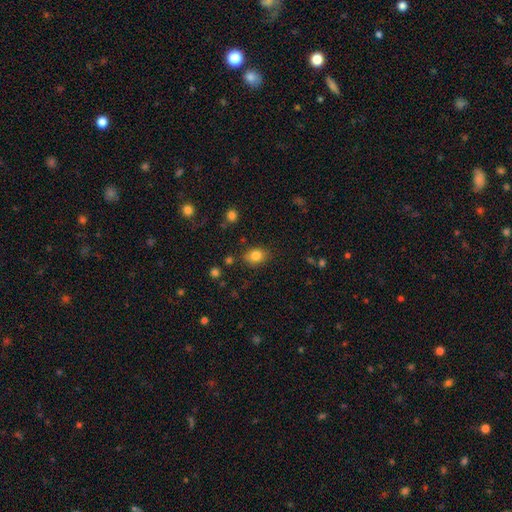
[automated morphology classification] This appears to be a smooth galaxy with no disk features (83%) that is in between round and cigar-shaped (56%). Merging: none (81%).